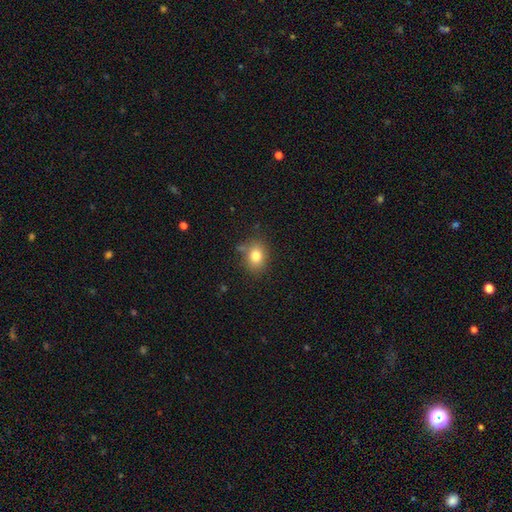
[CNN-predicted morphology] The model was most divided on "how rounded": in between: 54%, round: 45%, cigar-shaped: 1%. More confident: smooth or featured — smooth (80%); merging — none (76%).